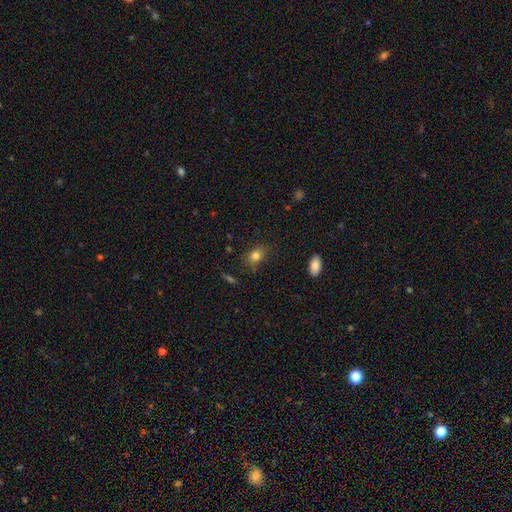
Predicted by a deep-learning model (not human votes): A smooth galaxy with no disk features (82%) that is in between round and cigar-shaped (68%).

Vote fractions:
- Smooth or featured? smooth: 82% / star or artifact: 11% / featured or disk: 8%
- How rounded? in between: 68% / round: 30% / cigar-shaped: 2%
- Merging? none: 77% / minor disturbance: 17% / major disturbance: 4% / merger: 2%